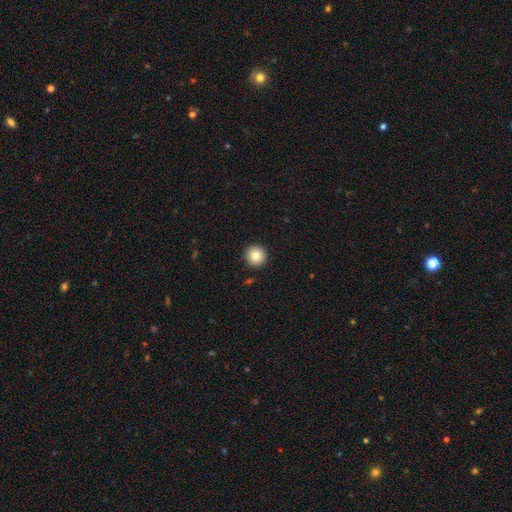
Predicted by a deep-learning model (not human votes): Q: Smooth or featured?
A: smooth (83%); runner-up: star or artifact (10%)
Q: How rounded?
A: round (96%); runner-up: in between (3%)
Q: Merging?
A: none (93%); runner-up: minor disturbance (4%)